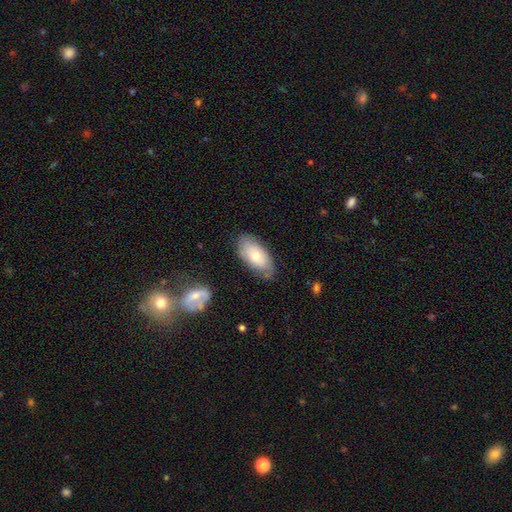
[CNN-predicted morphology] smooth_or_featured: smooth (p=0.66) [alt: featured or disk p=0.27]
how_rounded: in between (p=0.92) [alt: cigar-shaped p=0.04]
merging: none (p=0.74) [alt: minor disturbance p=0.19]